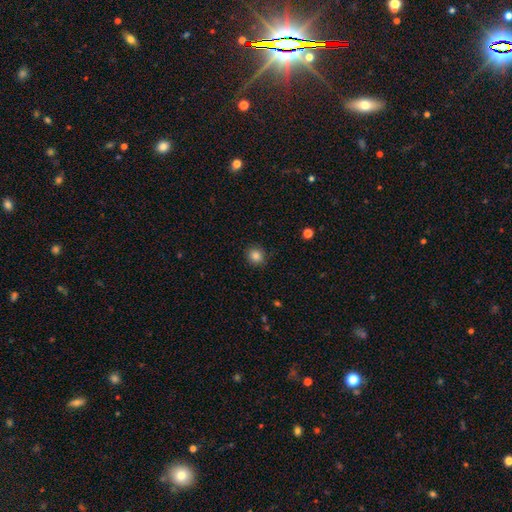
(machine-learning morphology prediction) Smooth or featured? Predicted: smooth (p=0.85). How rounded? Predicted: round (p=0.88). Merging? Predicted: none (p=0.89).